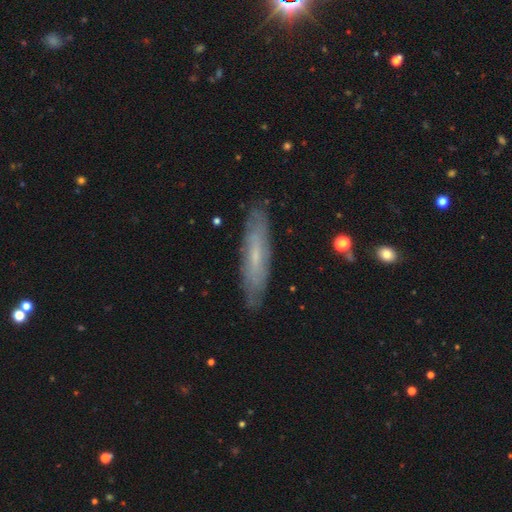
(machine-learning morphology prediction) A featured or disk galaxy (58%) viewed edge-on (52%). Merging: none (85%).